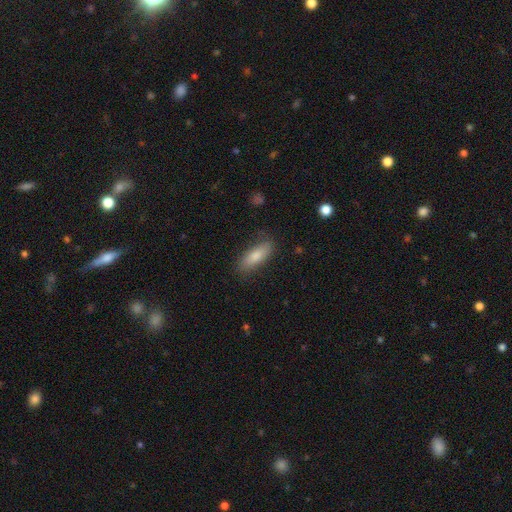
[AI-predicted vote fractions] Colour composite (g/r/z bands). It shows a smooth galaxy with no disk features (75%) that is in between round and cigar-shaped (56%). Merging: none (80%).